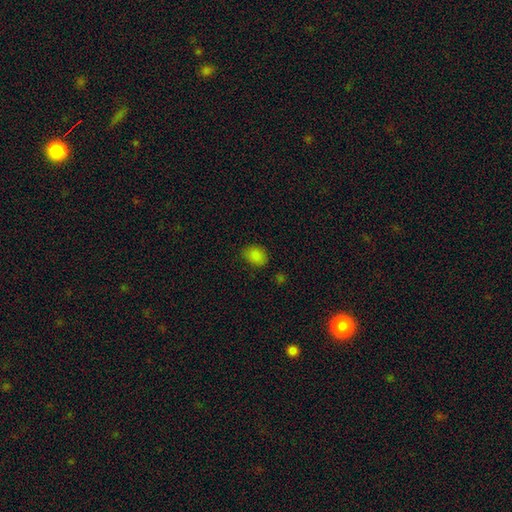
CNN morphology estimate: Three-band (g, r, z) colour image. It shows a smooth galaxy with no disk features (84%) that is in between round and cigar-shaped (68%). Merging: none (79%).